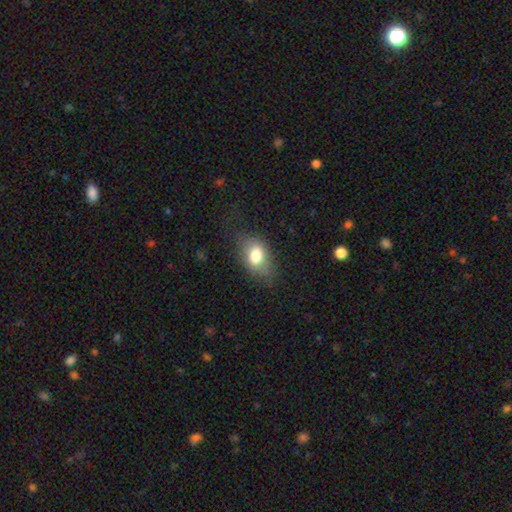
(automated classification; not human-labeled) smooth_or_featured: smooth (p=0.75) [alt: featured or disk p=0.16]
how_rounded: in between (p=0.83) [alt: round p=0.15]
merging: none (p=0.62) [alt: minor disturbance p=0.24]